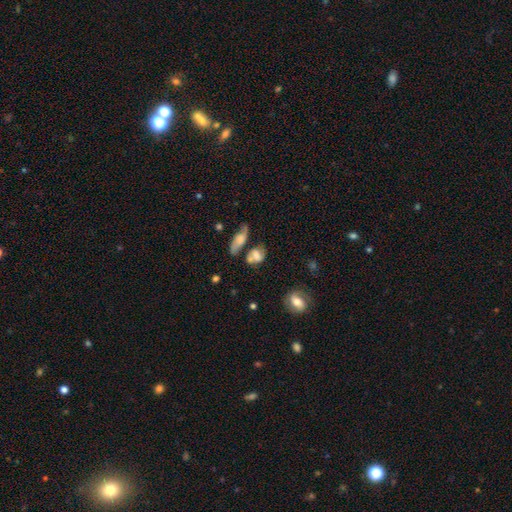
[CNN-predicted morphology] smooth_or_featured: smooth (p=0.53) [alt: featured or disk p=0.36]
how_rounded: in between (p=0.71) [alt: round p=0.23]
merging: none (p=0.39) [alt: merger p=0.29]